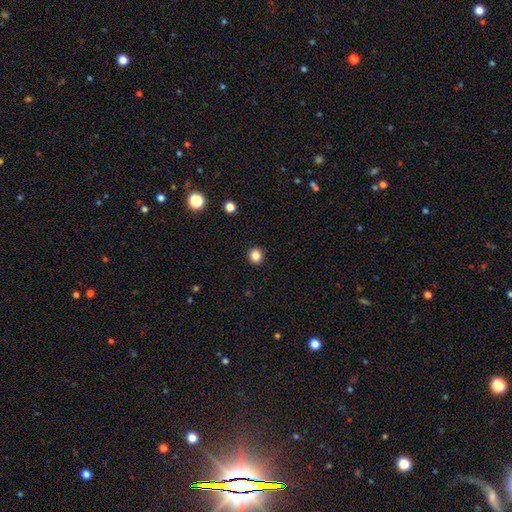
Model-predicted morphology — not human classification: smooth-or-featured: smooth: 85% | star or artifact: 12% | featured or disk: 4%
  how-rounded: round: 89% | in between: 10% | cigar-shaped: 1%
  merging: none: 92% | minor disturbance: 5% | major disturbance: 2% | merger: 1%